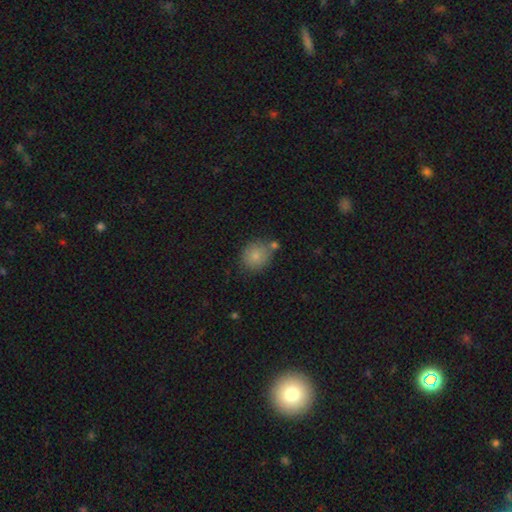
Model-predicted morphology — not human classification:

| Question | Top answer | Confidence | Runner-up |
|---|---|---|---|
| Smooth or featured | smooth | 80% | featured or disk (10%) |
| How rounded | round | 78% | in between (21%) |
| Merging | none | 65% | minor disturbance (16%) |